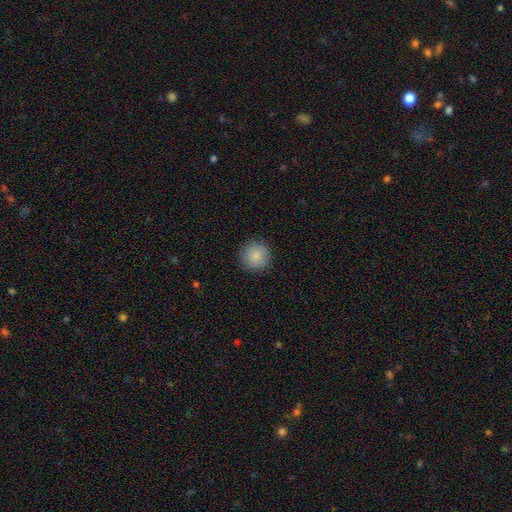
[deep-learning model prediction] Smooth or featured?
  - smooth: 87% *
  - star or artifact: 8%
  - featured or disk: 5%
How rounded?
  - round: 95% *
  - in between: 4%
  - cigar-shaped: 1%
Merging?
  - none: 90% *
  - minor disturbance: 7%
  - major disturbance: 2%
  - merger: 1%